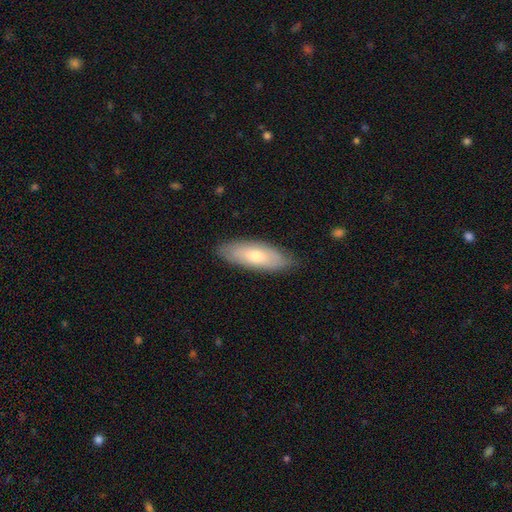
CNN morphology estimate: Smooth or featured: smooth — 60% (featured or disk — 34%)
How rounded: in between — 69% (cigar-shaped — 28%)
Merging: none — 82% (minor disturbance — 14%)